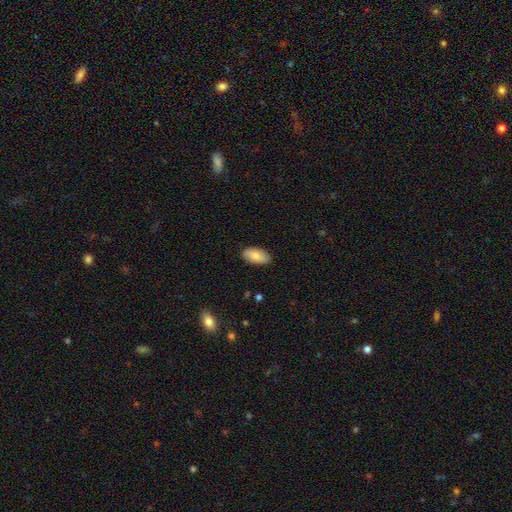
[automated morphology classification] Smooth or featured? smooth (82%)
How rounded? in between (94%)
Merging? none (85%)